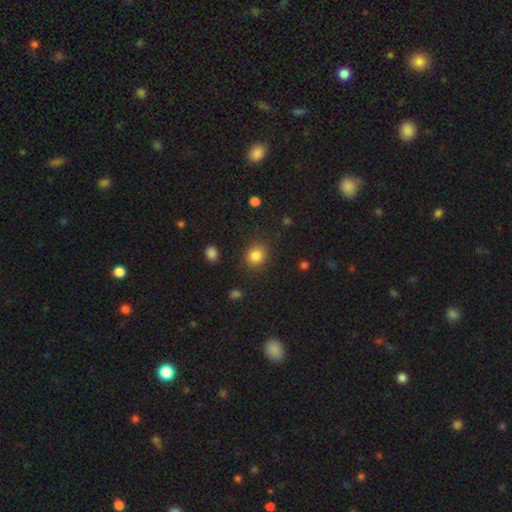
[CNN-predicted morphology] Smooth or featured? smooth (84%)
How rounded? round (71%)
Merging? none (86%)